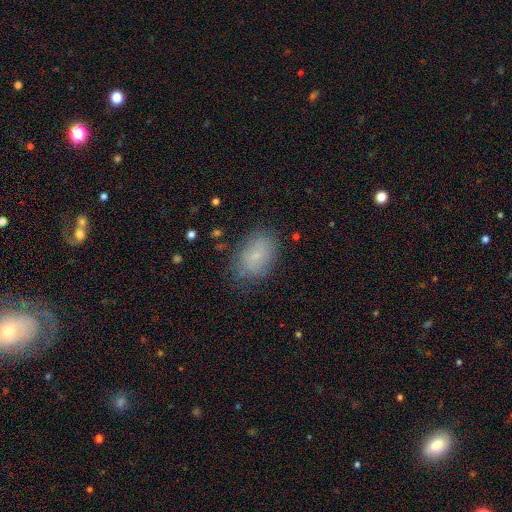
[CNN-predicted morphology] smooth 72%, featured or disk 16%, star or artifact 12%. Down the decision tree: how rounded — in between (84%); merging — none (76%).